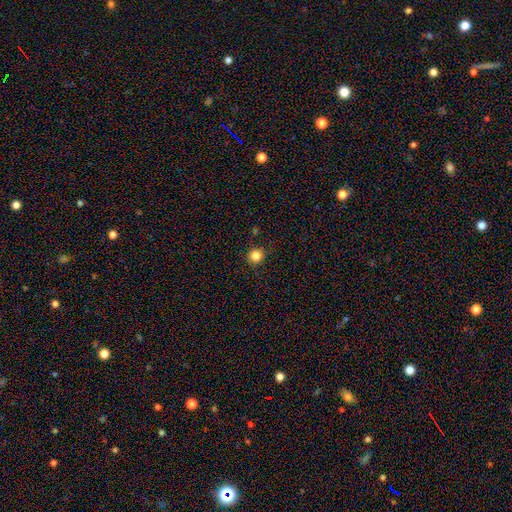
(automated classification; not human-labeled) Morphology: type=smooth (84%); roundness=round (93%); merging=none (90%).